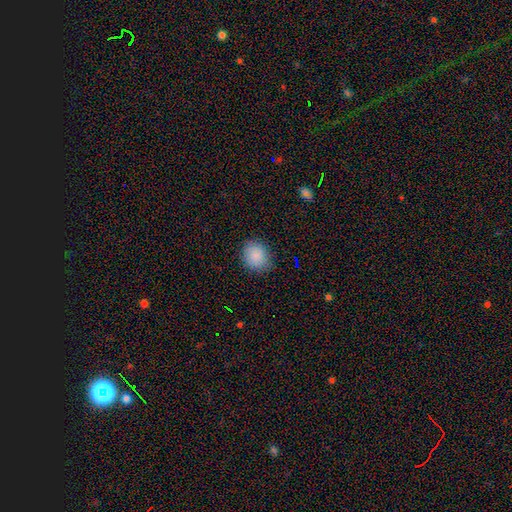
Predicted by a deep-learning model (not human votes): This appears to be a smooth galaxy with no disk features (88%) that is round (66%). Merging: none (82%).